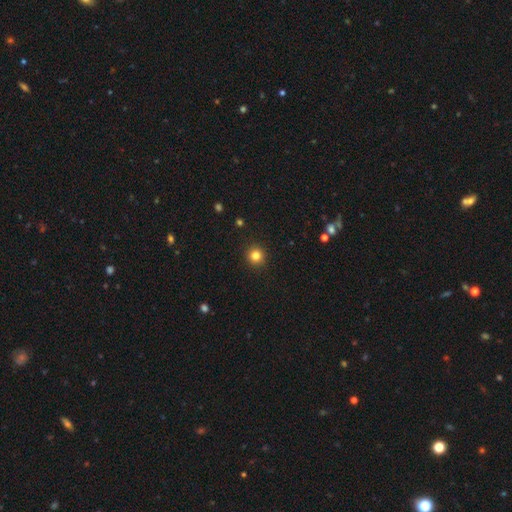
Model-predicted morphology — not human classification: The model was most divided on "smooth or featured": smooth: 82%, star or artifact: 13%, featured or disk: 5%. More confident: how rounded — round (94%); merging — none (92%).